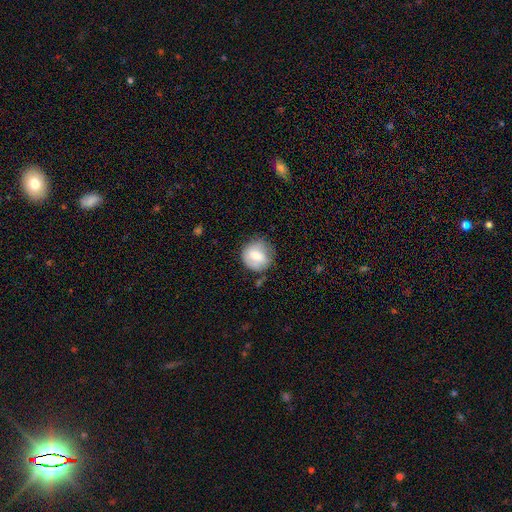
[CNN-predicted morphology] The model was most divided on "smooth or featured": smooth: 65%, featured or disk: 27%, star or artifact: 7%. More confident: how rounded — round (87%); merging — none (72%).